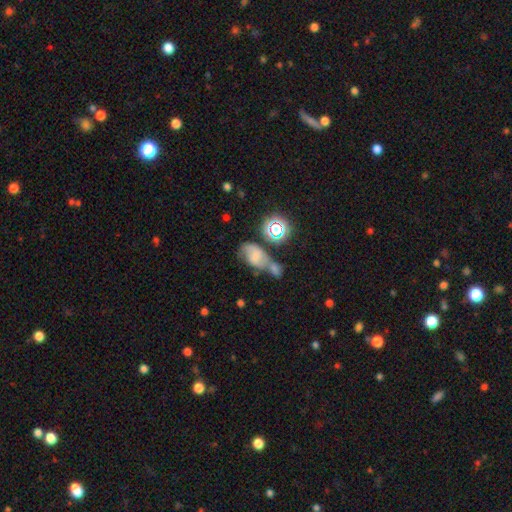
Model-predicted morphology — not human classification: Smooth or featured: smooth — 54% (featured or disk — 25%)
How rounded: in between — 81% (round — 15%)
Merging: merger — 43% (none — 28%)